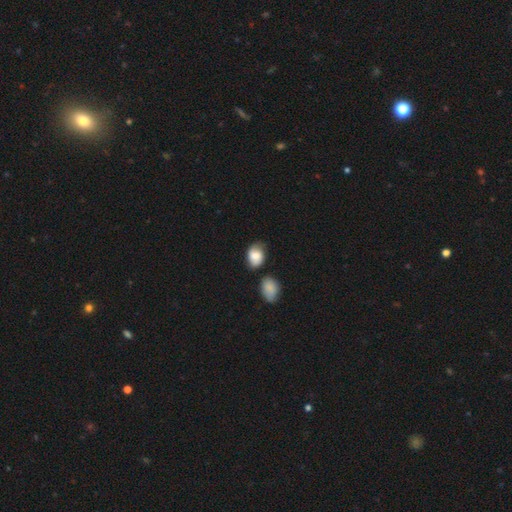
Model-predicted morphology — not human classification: This is likely a smooth galaxy (70%). How rounded: likely in between (70%). Merging: possibly none (55%).